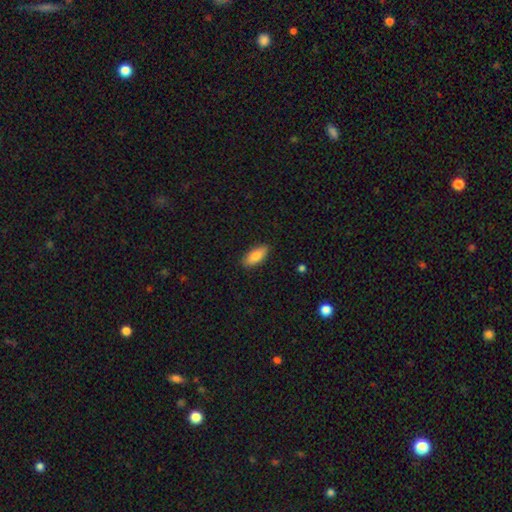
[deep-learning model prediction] A smooth galaxy with no disk features (80%) that is in between round and cigar-shaped (83%).

Vote fractions:
- Smooth or featured? smooth: 80% / featured or disk: 13% / star or artifact: 6%
- How rounded? in between: 83% / cigar-shaped: 15% / round: 2%
- Merging? none: 86% / minor disturbance: 11% / major disturbance: 2% / merger: 1%